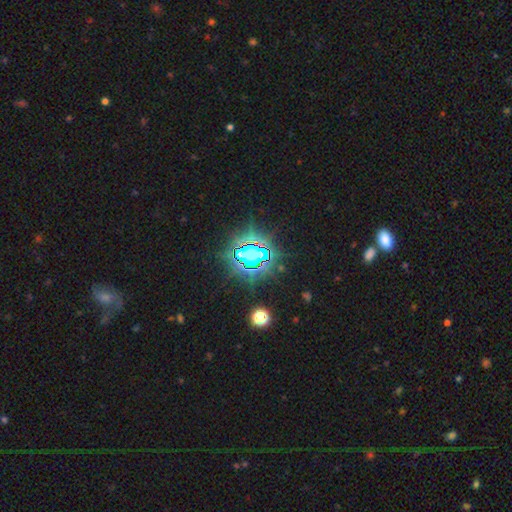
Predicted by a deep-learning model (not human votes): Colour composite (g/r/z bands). It shows a star or artifact, not a galaxy (76%).